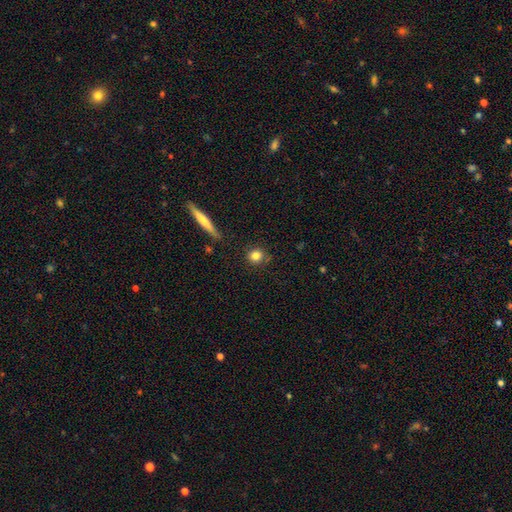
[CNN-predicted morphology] Smooth or featured? smooth (82%)
How rounded? round (87%)
Merging? none (84%)